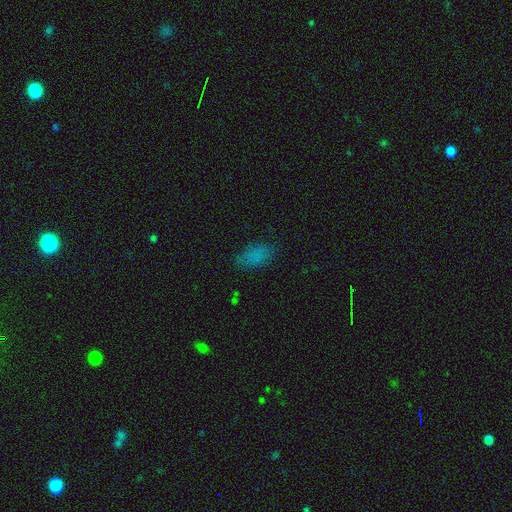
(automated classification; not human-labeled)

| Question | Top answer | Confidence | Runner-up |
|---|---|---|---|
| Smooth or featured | smooth | 77% | star or artifact (14%) |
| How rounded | in between | 90% | cigar-shaped (5%) |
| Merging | none | 75% | minor disturbance (18%) |